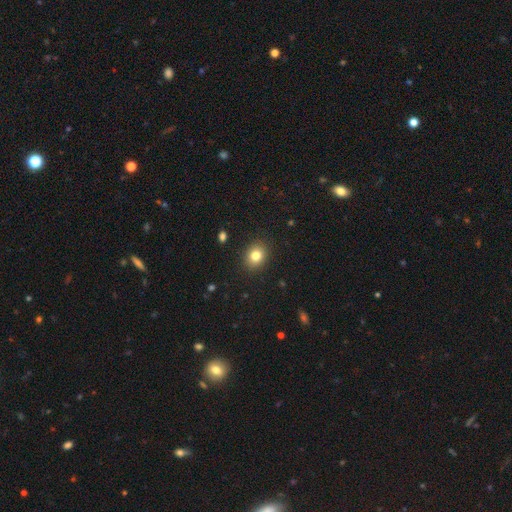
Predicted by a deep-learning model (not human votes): Overall: smooth (81%). How rounded: round (58%; in between 42%). Merging: none (89%).